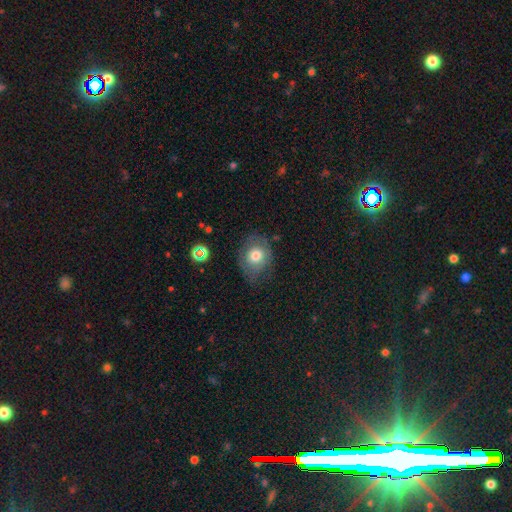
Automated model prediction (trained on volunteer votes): Q: Smooth or featured?
A: smooth (69%); runner-up: featured or disk (21%)
Q: How rounded?
A: round (62%); runner-up: in between (37%)
Q: Merging?
A: none (63%); runner-up: minor disturbance (24%)